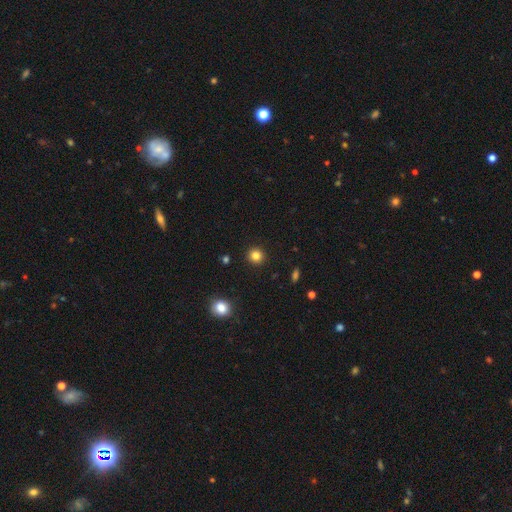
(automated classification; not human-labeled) The model was most divided on "smooth or featured": smooth: 83%, star or artifact: 12%, featured or disk: 5%. More confident: how rounded — round (92%); merging — none (92%).